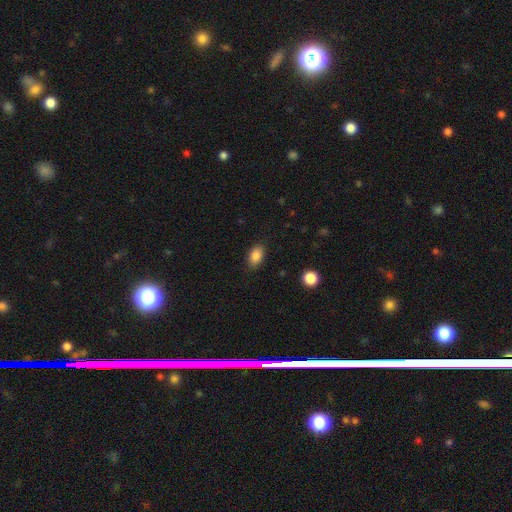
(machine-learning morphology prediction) smooth_or_featured: smooth (p=0.86) [alt: star or artifact p=0.09]
how_rounded: in between (p=0.88) [alt: round p=0.11]
merging: none (p=0.86) [alt: minor disturbance p=0.11]